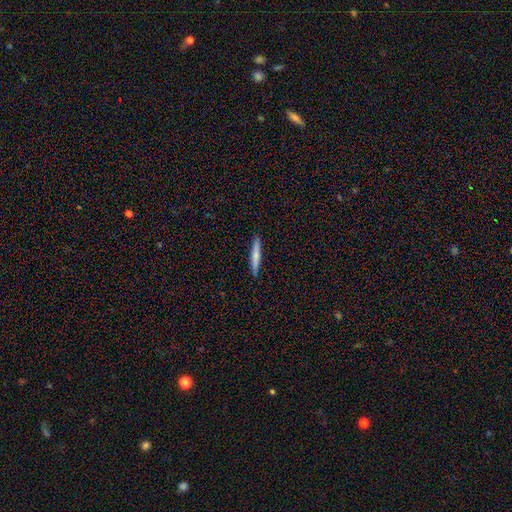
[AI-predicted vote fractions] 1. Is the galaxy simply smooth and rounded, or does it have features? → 69% smooth, 26% featured or disk, 6% star or artifact.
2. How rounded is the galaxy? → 95% cigar-shaped, 4% in between, 1% round.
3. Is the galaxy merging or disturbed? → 91% none, 6% minor disturbance, 1% major disturbance, 1% merger.